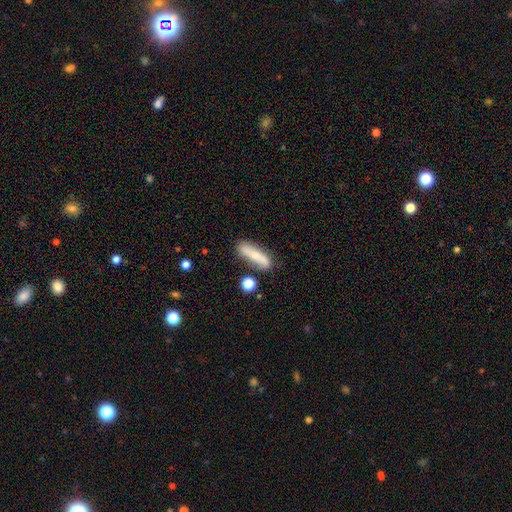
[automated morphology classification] A smooth galaxy with no disk features (62%) that is cigar-shaped (65%).

Vote fractions:
- Smooth or featured? smooth: 62% / featured or disk: 31% / star or artifact: 7%
- How rounded? cigar-shaped: 65% / in between: 32% / round: 3%
- Merging? none: 71% / minor disturbance: 17% / merger: 8% / major disturbance: 4%